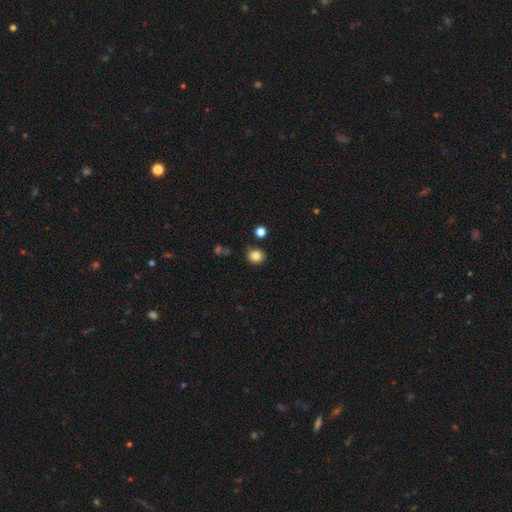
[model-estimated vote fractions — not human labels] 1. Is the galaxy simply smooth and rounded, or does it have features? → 83% smooth, 11% star or artifact, 5% featured or disk.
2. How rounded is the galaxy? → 81% round, 18% in between, 1% cigar-shaped.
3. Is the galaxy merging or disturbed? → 84% none, 10% minor disturbance, 4% merger, 3% major disturbance.